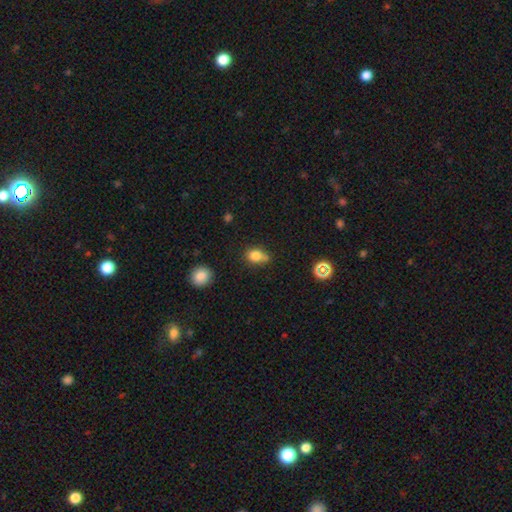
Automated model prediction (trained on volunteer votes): This appears to be a smooth galaxy with no disk features (80%) that is in between round and cigar-shaped (60%). Merging: none (50%).